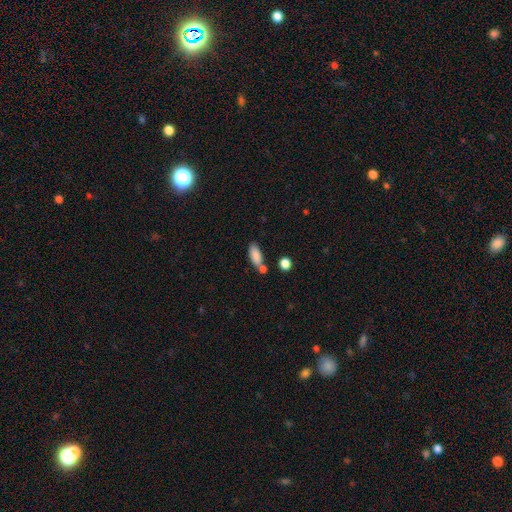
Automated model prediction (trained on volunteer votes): smooth_or_featured: smooth (p=0.86) [alt: star or artifact p=0.08]
how_rounded: in between (p=0.82) [alt: cigar-shaped p=0.15]
merging: none (p=0.57) [alt: merger p=0.23]